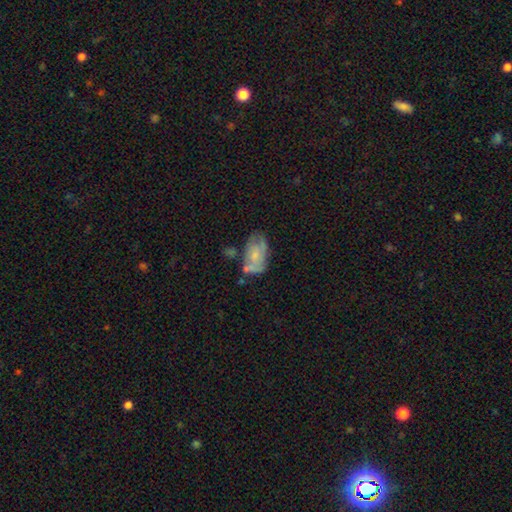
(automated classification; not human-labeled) smooth_or_featured: featured or disk (p=0.49) [alt: smooth p=0.44]
merging: none (p=0.43) [alt: minor disturbance p=0.30]